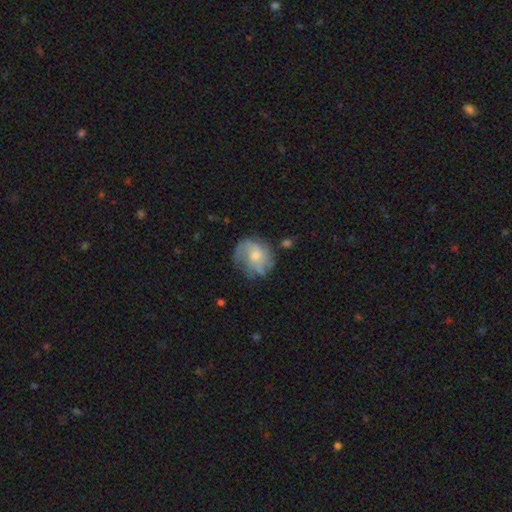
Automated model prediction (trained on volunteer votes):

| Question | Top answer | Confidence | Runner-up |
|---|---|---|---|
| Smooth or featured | featured or disk | 61% | smooth (31%) |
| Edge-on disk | no | 98% | yes (2%) |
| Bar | no | 68% | weak (29%) |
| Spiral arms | yes | 84% | no (16%) |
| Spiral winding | medium | 42% | loose (31%) |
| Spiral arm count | can't tell | 34% | 2 (28%) |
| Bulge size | moderate | 45% | small (43%) |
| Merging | none | 60% | minor disturbance (23%) |